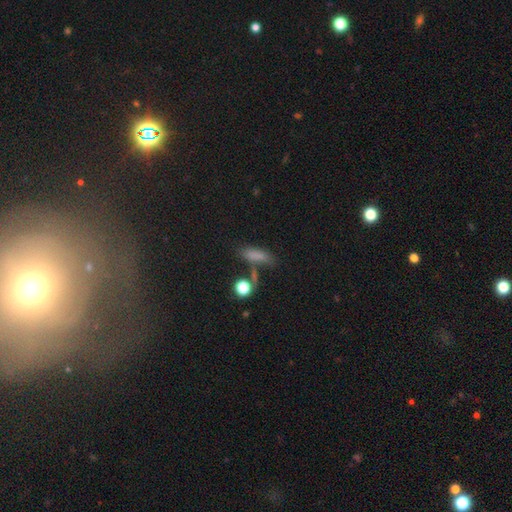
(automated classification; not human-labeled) smooth_or_featured: smooth (p=0.75) [alt: star or artifact p=0.14]
how_rounded: cigar-shaped (p=0.46) [tied with: in between p=0.46]
merging: none (p=0.58) [alt: minor disturbance p=0.18]